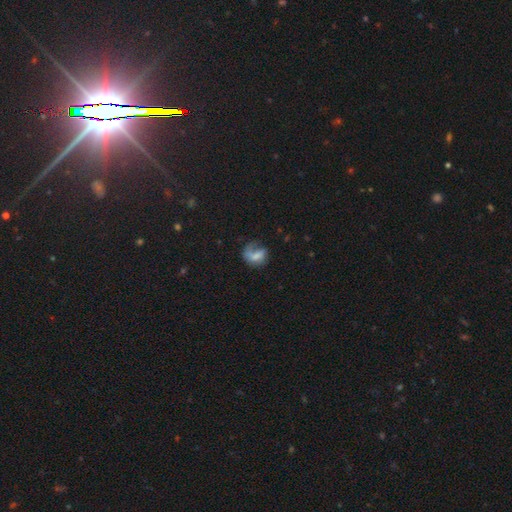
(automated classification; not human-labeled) Overall: smooth (46%; featured or disk 44%). Merging: major disturbance (44%; none 32%).